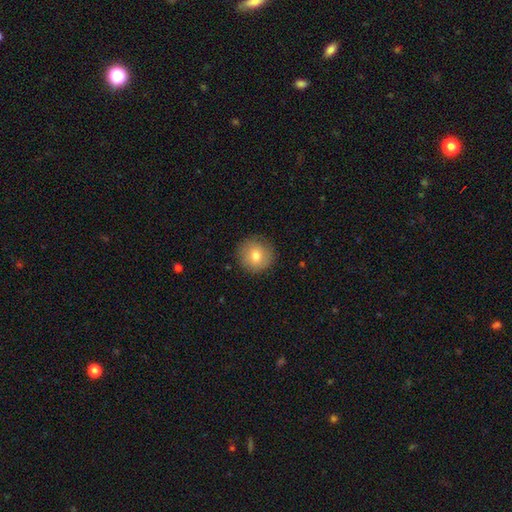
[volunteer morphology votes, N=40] This is clearly a smooth galaxy (92%). How rounded: clearly round (95%). Merging: clearly none (92%).